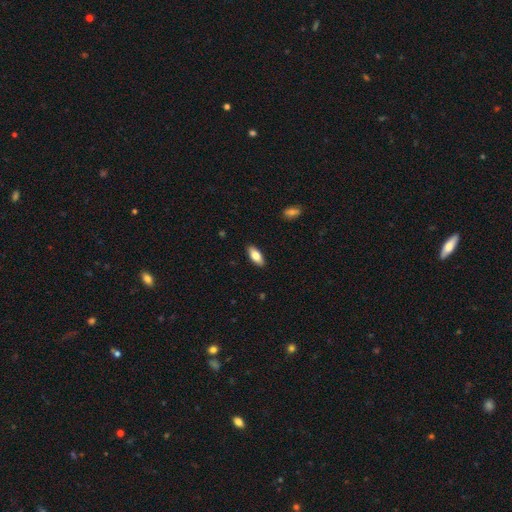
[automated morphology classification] The model was most divided on "smooth or featured": smooth: 77%, featured or disk: 17%, star or artifact: 6%. More confident: merging — none (90%); how rounded — in between (82%).